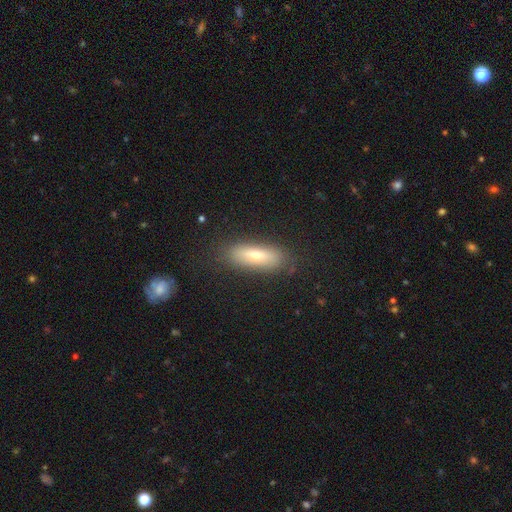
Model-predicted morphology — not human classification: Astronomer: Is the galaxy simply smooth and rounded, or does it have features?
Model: smooth — 60%.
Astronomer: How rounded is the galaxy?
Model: in between — 54% (runner-up: cigar-shaped, 43%).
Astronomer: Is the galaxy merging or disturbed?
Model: none — 83%.